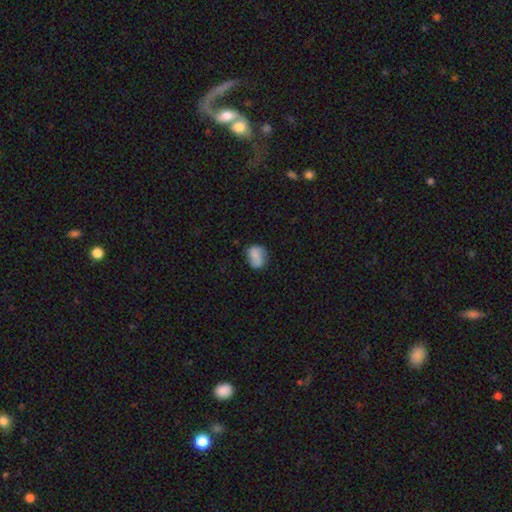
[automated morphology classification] Overall: smooth (73%). How rounded: round (51%; in between 48%). Merging: none (62%; minor disturbance 26%).